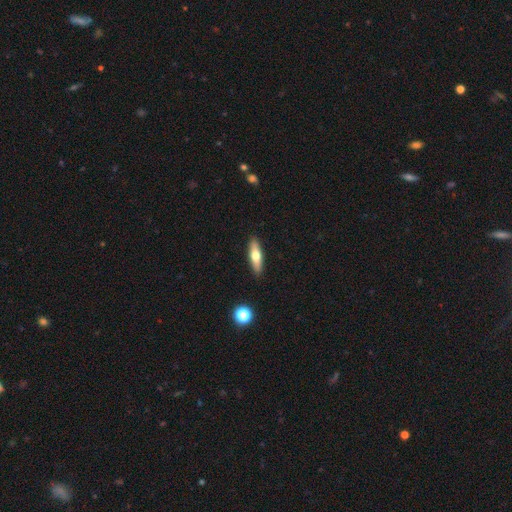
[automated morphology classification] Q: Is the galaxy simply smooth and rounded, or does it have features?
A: smooth — 57%.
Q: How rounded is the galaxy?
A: cigar-shaped — 59%.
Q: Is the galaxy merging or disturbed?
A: none — 90%.